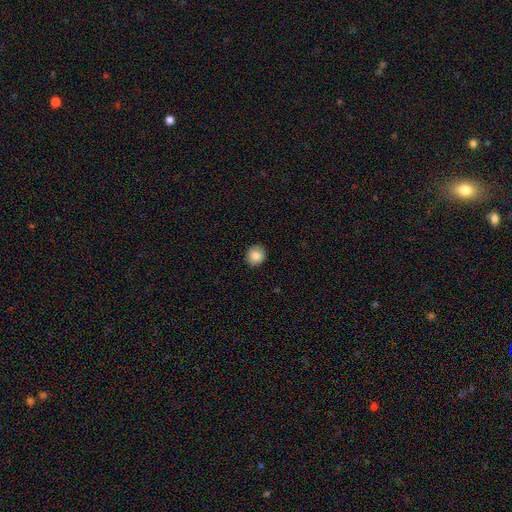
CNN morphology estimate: A smooth galaxy with no disk features (84%) that is round (83%).

Vote fractions:
- Smooth or featured? smooth: 84% / star or artifact: 8% / featured or disk: 7%
- How rounded? round: 83% / in between: 16% / cigar-shaped: 1%
- Merging? none: 91% / minor disturbance: 7% / major disturbance: 2% / merger: 1%